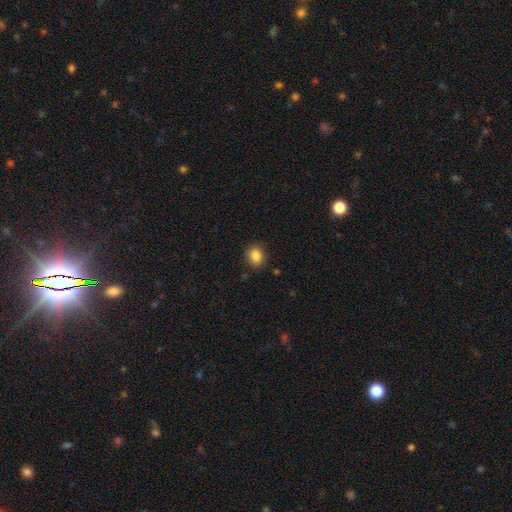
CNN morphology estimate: A smooth galaxy with no disk features (86%) that is round (62%).

Vote fractions:
- Smooth or featured? smooth: 86% / star or artifact: 9% / featured or disk: 4%
- How rounded? round: 62% / in between: 37% / cigar-shaped: 1%
- Merging? none: 86% / minor disturbance: 10% / major disturbance: 3% / merger: 1%